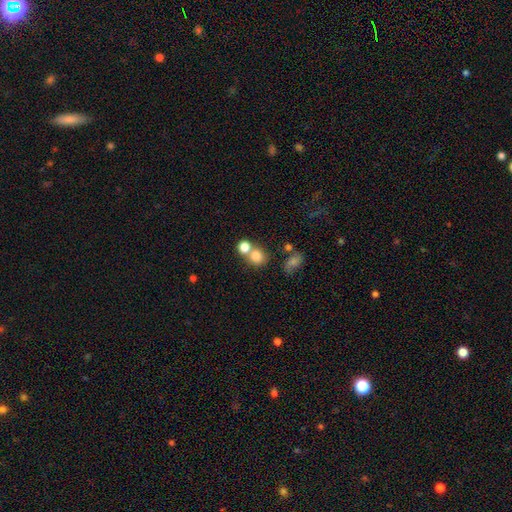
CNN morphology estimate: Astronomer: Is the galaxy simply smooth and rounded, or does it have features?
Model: smooth — 78%.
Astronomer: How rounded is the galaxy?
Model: round — 78%.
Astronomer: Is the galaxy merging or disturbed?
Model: none — 46% (runner-up: merger, 42%).